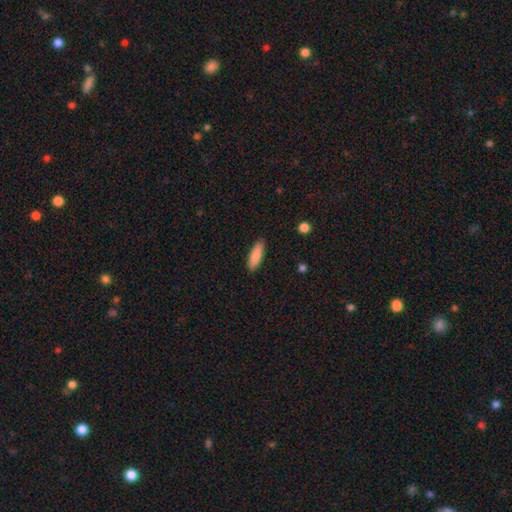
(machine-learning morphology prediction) Overall: smooth (86%). How rounded: cigar-shaped (54%; in between 45%). Merging: none (88%).